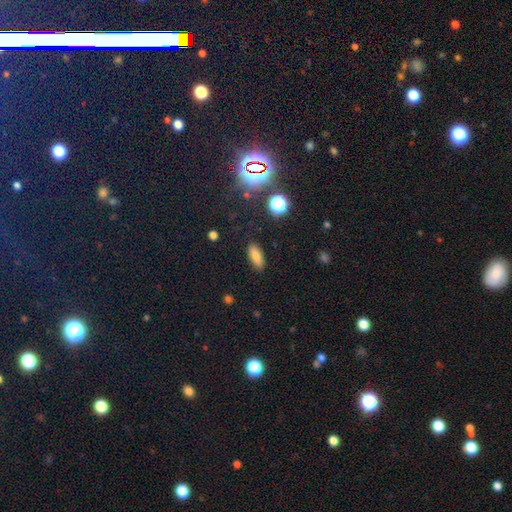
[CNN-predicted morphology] type=smooth (77%); roundness=in between (73%); merging=none (87%).